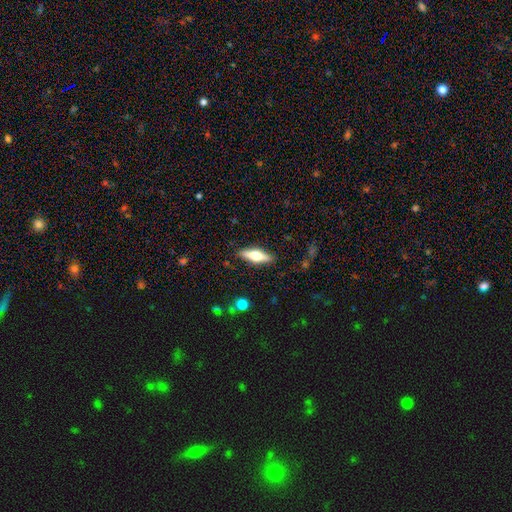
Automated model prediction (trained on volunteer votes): A featured or disk galaxy (53%) viewed edge-on (93%).

Vote fractions:
- Smooth or featured? featured or disk: 53% / smooth: 41% / star or artifact: 6%
- Edge-on disk? yes: 93% / no: 7%
- Merging? none: 89% / minor disturbance: 8% / major disturbance: 2% / merger: 1%